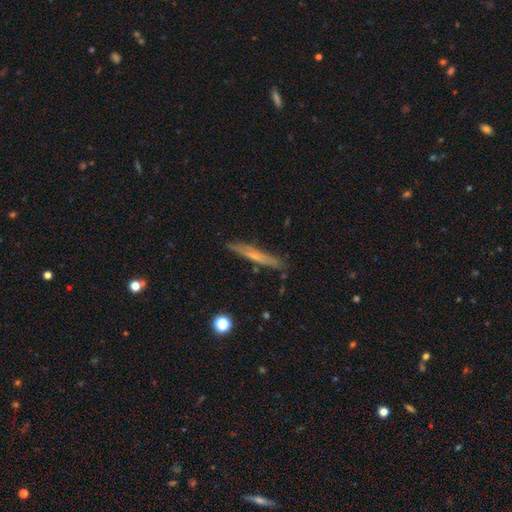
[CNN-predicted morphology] Smooth or featured? smooth (49%)
Merging? none (85%)